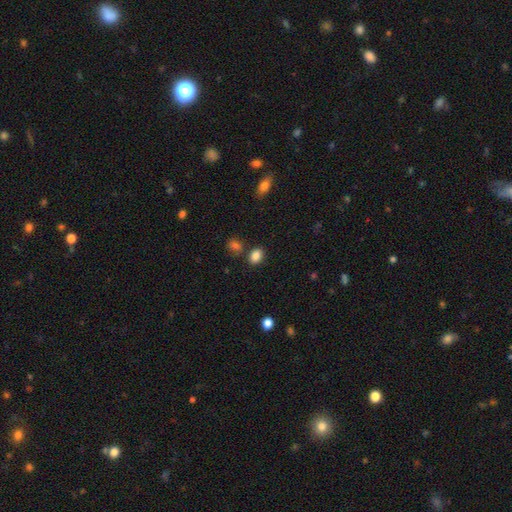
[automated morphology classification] smooth_or_featured: smooth (p=0.86) [alt: star or artifact p=0.10]
how_rounded: in between (p=0.73) [alt: round p=0.26]
merging: none (p=0.77) [alt: minor disturbance p=0.11]